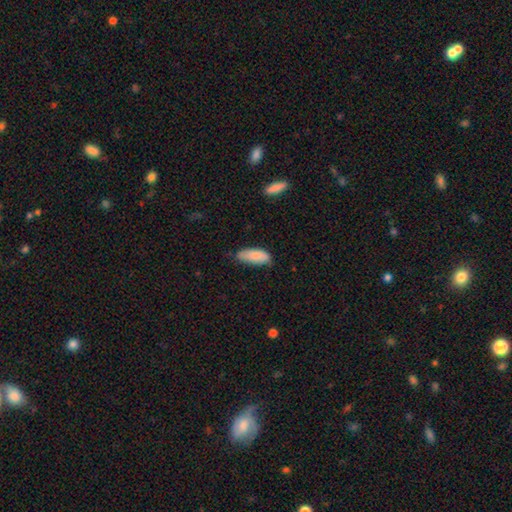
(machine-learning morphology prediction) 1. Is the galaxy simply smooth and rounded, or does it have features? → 86% smooth, 8% featured or disk, 6% star or artifact.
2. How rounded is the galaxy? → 79% in between, 20% cigar-shaped, 2% round.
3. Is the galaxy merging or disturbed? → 66% none, 28% minor disturbance, 4% major disturbance, 2% merger.